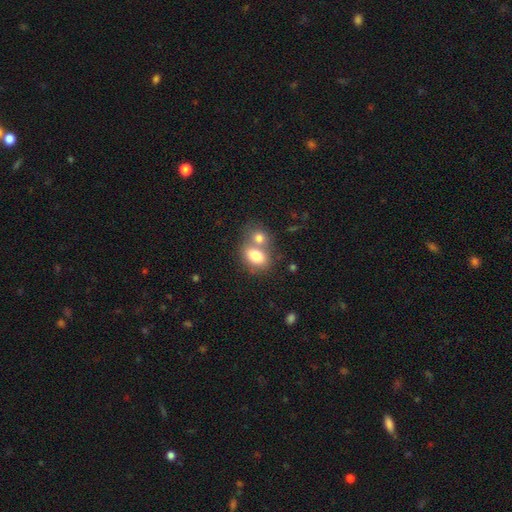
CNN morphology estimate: Smooth or featured? Predicted: smooth (p=0.78). How rounded? Predicted: in between (p=0.77). Merging? Predicted: merger (p=0.54).